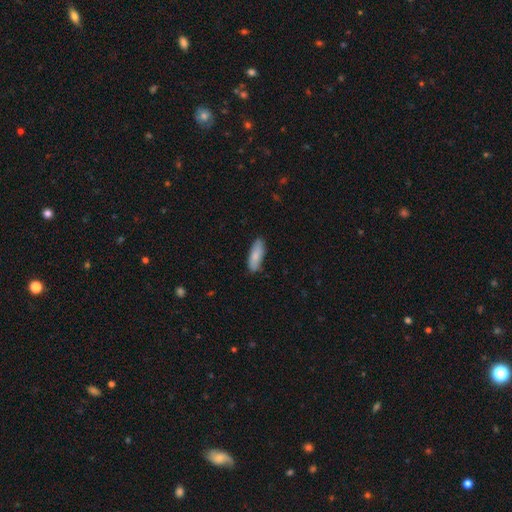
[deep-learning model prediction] smooth 83%, featured or disk 12%, star or artifact 6%. Down the decision tree: how rounded — in between (64%); merging — none (85%).